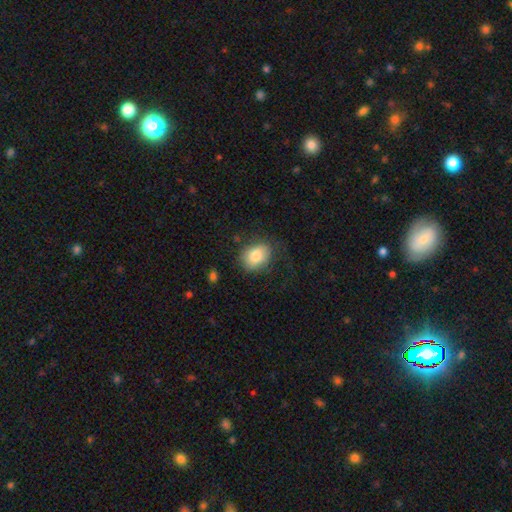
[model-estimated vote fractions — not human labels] A smooth galaxy with no disk features (81%) that is in between round and cigar-shaped (60%). Merging: none (74%).